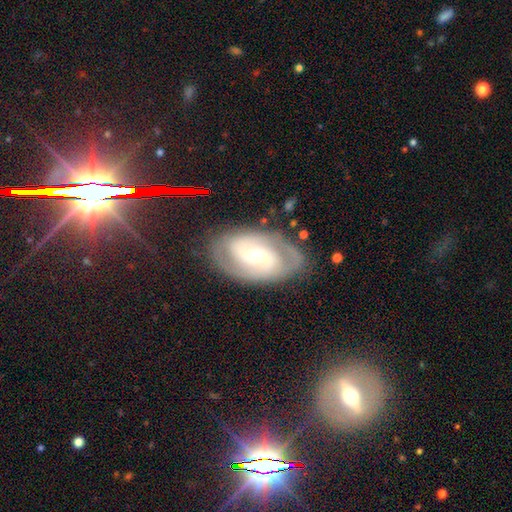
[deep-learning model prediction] The model was most divided on "spiral winding": tight: 47%, medium: 42%, loose: 11%. Remaining: edge-on disk — no (96%); spiral arms — yes (93%); smooth or featured — featured or disk (83%); merging — none (78%); spiral arm count — 2 (76%); bulge size — moderate (60%); bar — weak (49%).